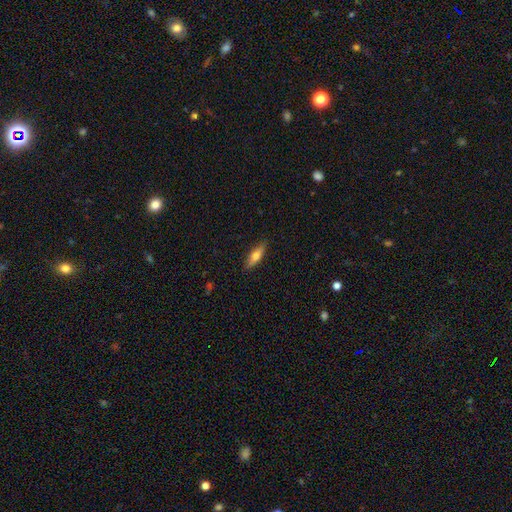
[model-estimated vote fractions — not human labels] This is likely a smooth galaxy (65%). How rounded: possibly cigar-shaped (53%). Merging: clearly none (88%).